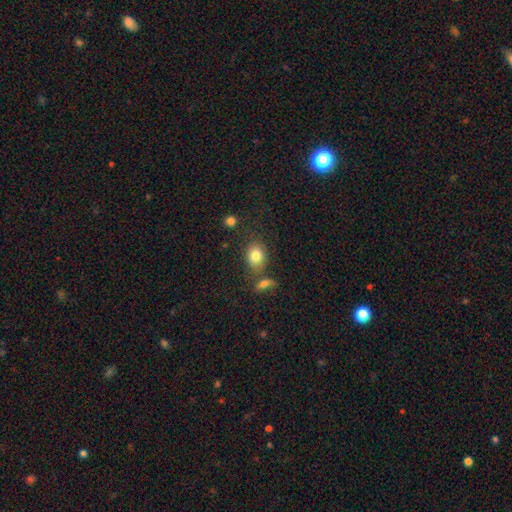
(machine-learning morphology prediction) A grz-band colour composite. It shows a smooth galaxy with no disk features (81%) that is in between round and cigar-shaped (56%). Merging: none (67%).